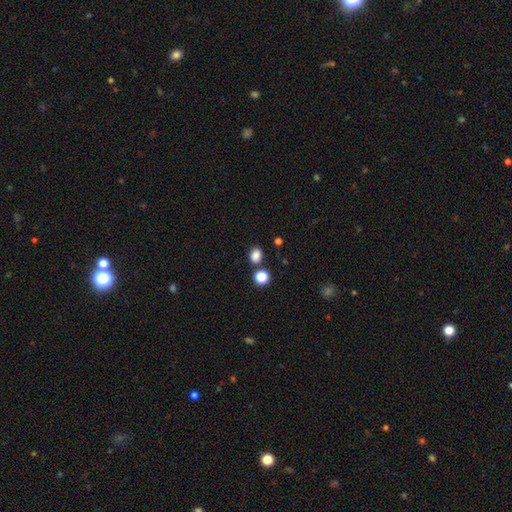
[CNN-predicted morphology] smooth-or-featured: smooth: 84% | star or artifact: 12% | featured or disk: 4%
  how-rounded: in between: 54% | round: 45% | cigar-shaped: 1%
  merging: none: 78% | minor disturbance: 10% | merger: 9% | major disturbance: 3%